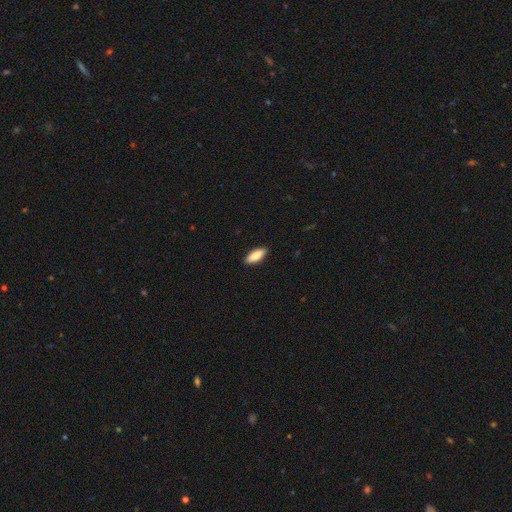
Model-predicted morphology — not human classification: type=smooth (86%); roundness=in between (70%); merging=none (90%).